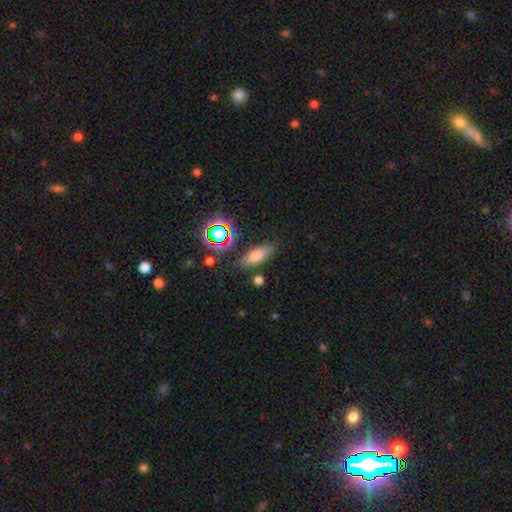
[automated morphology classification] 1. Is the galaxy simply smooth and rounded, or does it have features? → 68% smooth, 16% featured or disk, 15% star or artifact.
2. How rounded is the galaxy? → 66% in between, 28% cigar-shaped, 6% round.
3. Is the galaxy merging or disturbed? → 79% none, 13% minor disturbance, 4% merger, 4% major disturbance.